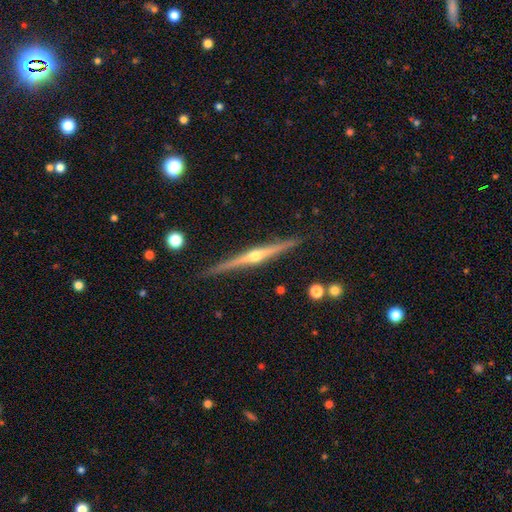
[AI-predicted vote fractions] Smooth or featured: featured or disk — 84% (smooth — 10%)
Edge-on disk: yes — 99% (no — 1%)
Edge-on bulge: rounded — 91% (none — 6%)
Merging: none — 90% (minor disturbance — 7%)